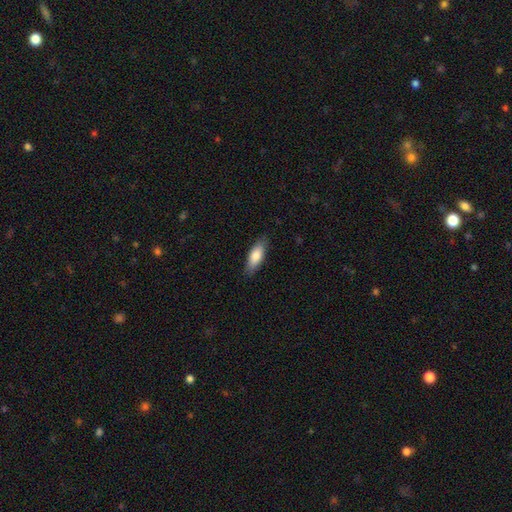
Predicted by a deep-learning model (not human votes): This is clearly a smooth galaxy (81%). How rounded: likely in between (64%). Merging: clearly none (86%).